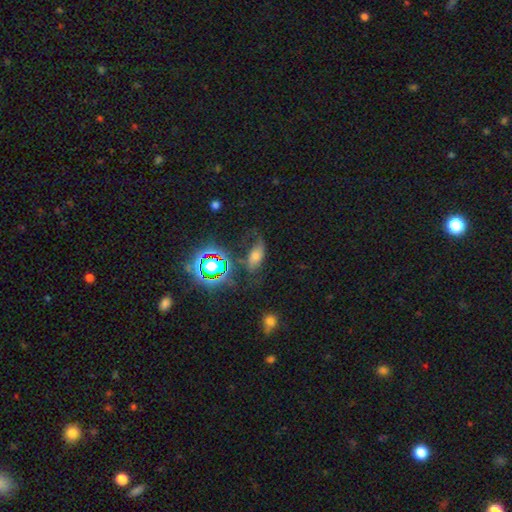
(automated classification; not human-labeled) Smooth or featured?
  - smooth: 46% *
  - featured or disk: 30%
  - star or artifact: 24%
Merging?
  - none: 49% *
  - minor disturbance: 25%
  - major disturbance: 21%
  - merger: 5%